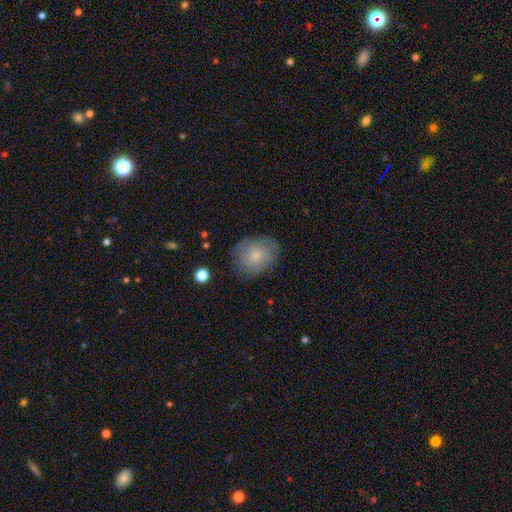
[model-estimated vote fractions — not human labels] This is likely a smooth galaxy (66%). How rounded: likely round (62%). Merging: likely none (75%).